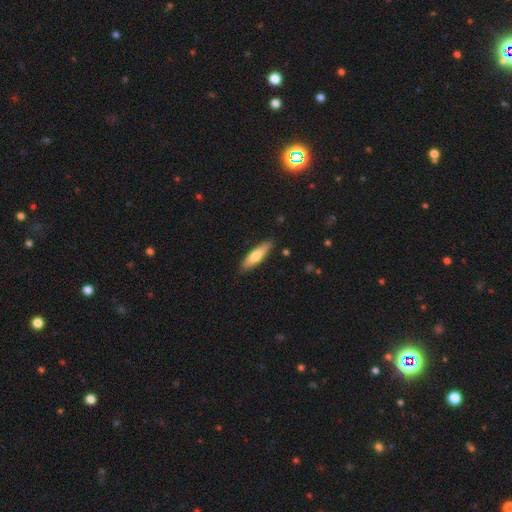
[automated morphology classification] This is likely a smooth galaxy (69%). How rounded: likely cigar-shaped (69%). Merging: clearly none (87%).